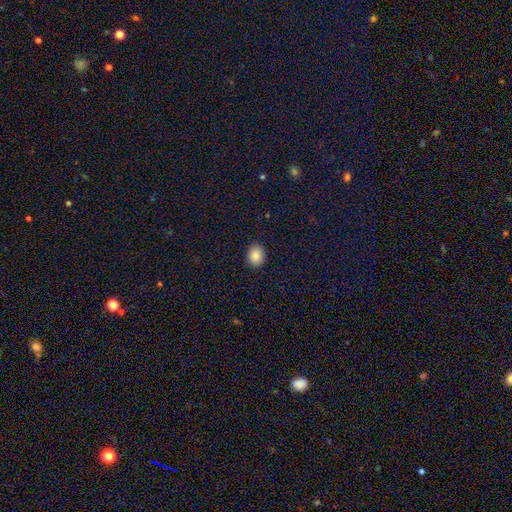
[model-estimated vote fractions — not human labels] Smooth or featured?
  - smooth: 87% *
  - star or artifact: 9%
  - featured or disk: 4%
How rounded?
  - round: 60% *
  - in between: 39%
  - cigar-shaped: 1%
Merging?
  - none: 91% *
  - minor disturbance: 6%
  - major disturbance: 2%
  - merger: 1%